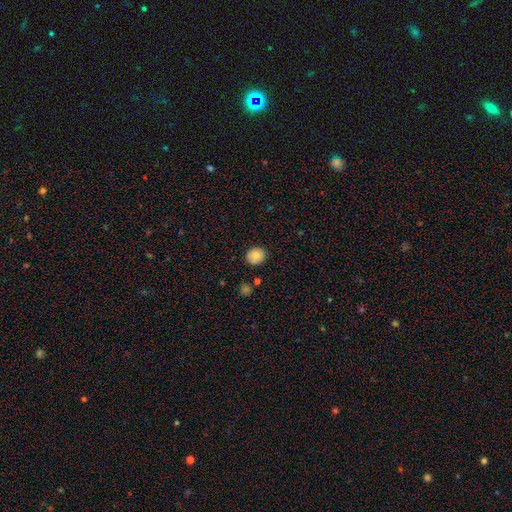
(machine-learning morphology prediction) smooth 80%, featured or disk 11%, star or artifact 9%. Down the decision tree: how rounded — round (73%); merging — none (84%).